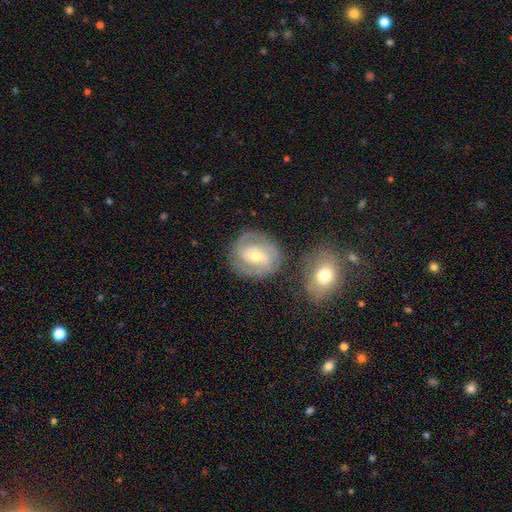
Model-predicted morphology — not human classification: Overall: featured or disk (78%). Edge-on disk: no (97%). Bar: weak (43%; no 33%). Spiral arms: yes (90%). Spiral arm count: 2 (76%). Spiral winding: tight (55%; medium 36%). Bulge size: moderate (60%; small 36%). Merging: none (77%).